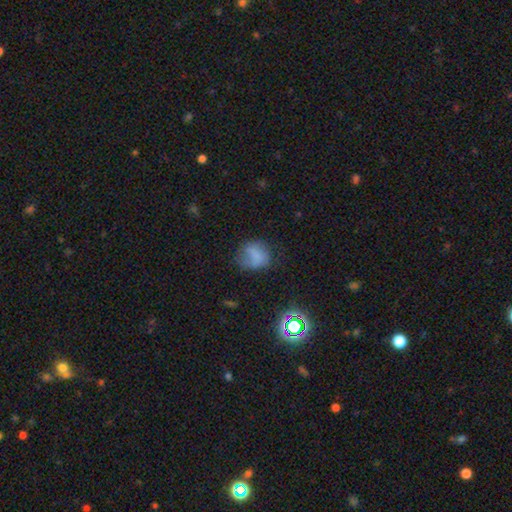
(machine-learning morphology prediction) A smooth galaxy with no disk features (69%) that is round (63%). Merging: none (53%).